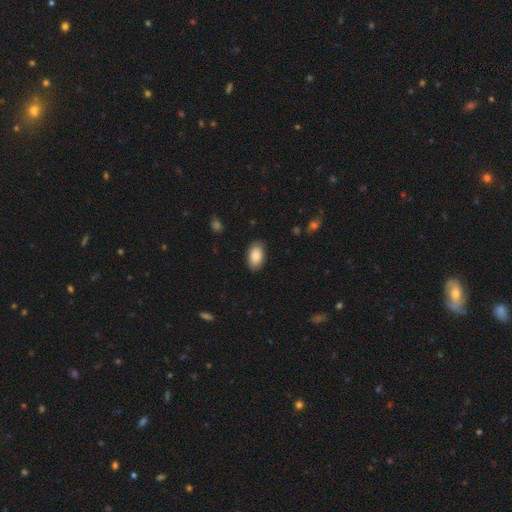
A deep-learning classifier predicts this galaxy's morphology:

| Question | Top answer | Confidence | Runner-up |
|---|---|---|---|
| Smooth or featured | smooth | 86% | featured or disk (8%) |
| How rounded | in between | 94% | round (5%) |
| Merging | none | 84% | minor disturbance (12%) |